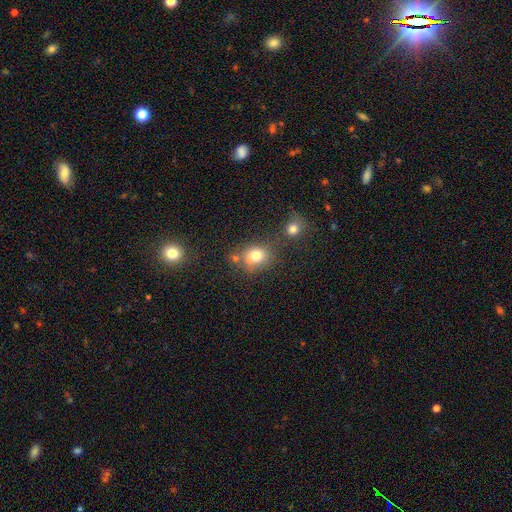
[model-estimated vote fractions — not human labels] This is likely a smooth galaxy (76%). How rounded: likely round (62%). Merging: possibly none (53%).